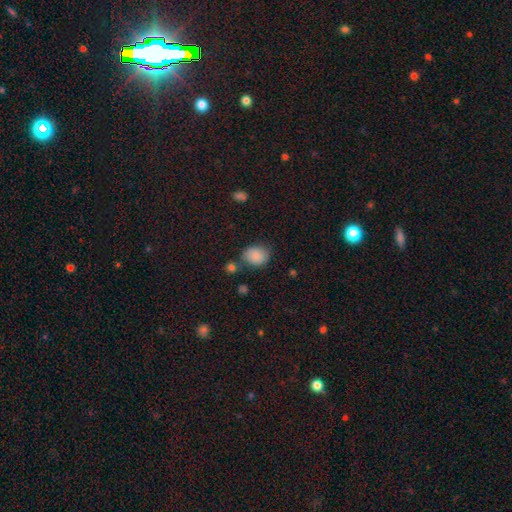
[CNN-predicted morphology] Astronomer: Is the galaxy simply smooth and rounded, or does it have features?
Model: smooth — 84%.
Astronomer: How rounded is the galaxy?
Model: round — 54% (runner-up: in between, 45%).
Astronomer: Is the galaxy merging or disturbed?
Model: none — 65%.